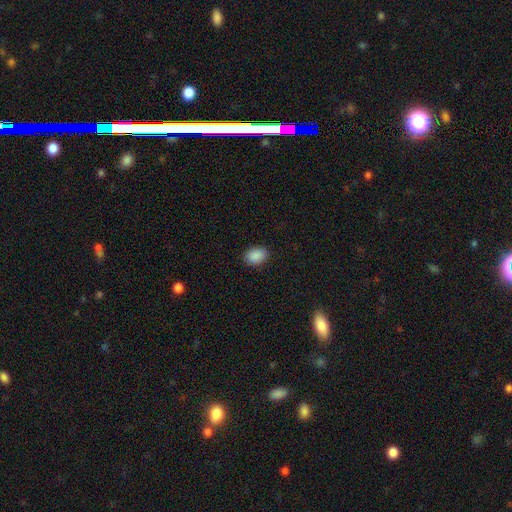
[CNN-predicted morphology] smooth-or-featured: smooth: 89% | star or artifact: 8% | featured or disk: 3%
  how-rounded: in between: 73% | round: 26% | cigar-shaped: 1%
  merging: none: 88% | minor disturbance: 8% | major disturbance: 2% | merger: 1%